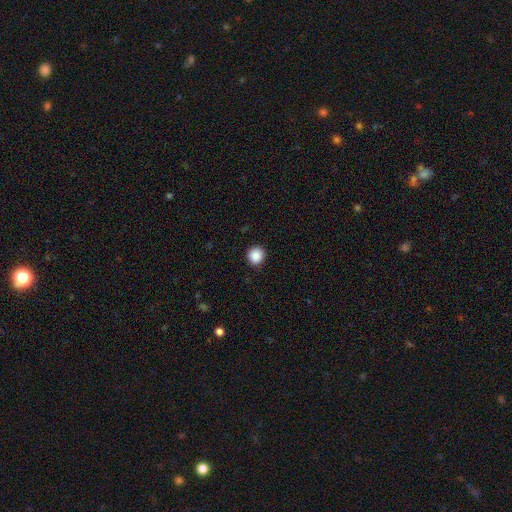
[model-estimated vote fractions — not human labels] Smooth or featured?
  - smooth: 88% *
  - star or artifact: 9%
  - featured or disk: 3%
How rounded?
  - round: 92% *
  - in between: 7%
  - cigar-shaped: 1%
Merging?
  - none: 91% *
  - minor disturbance: 6%
  - major disturbance: 2%
  - merger: 1%